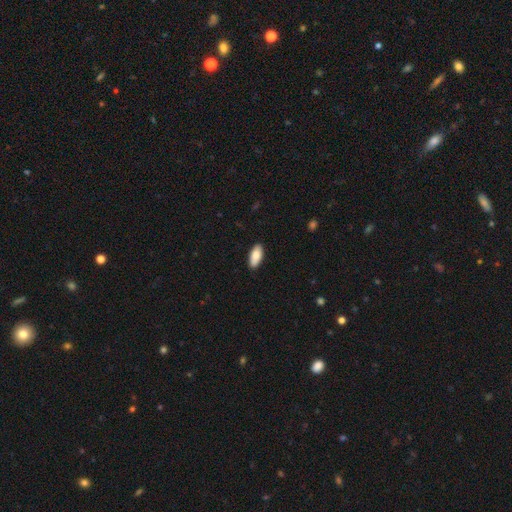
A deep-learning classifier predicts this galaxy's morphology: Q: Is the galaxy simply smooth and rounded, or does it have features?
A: smooth — 85%.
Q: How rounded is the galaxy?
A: in between — 88%.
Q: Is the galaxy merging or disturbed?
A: none — 88%.